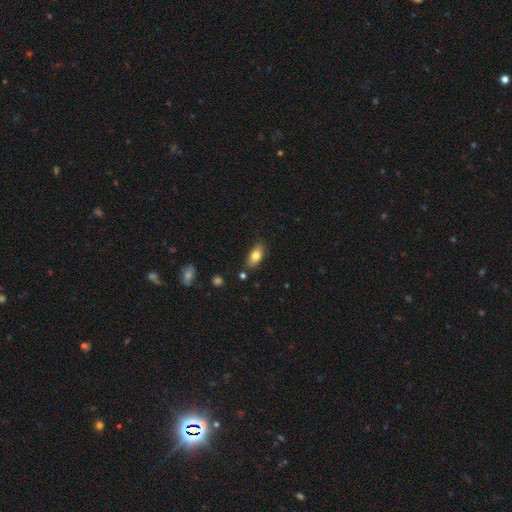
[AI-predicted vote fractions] Morphology: type=smooth (77%); roundness=in between (86%); merging=none (81%).